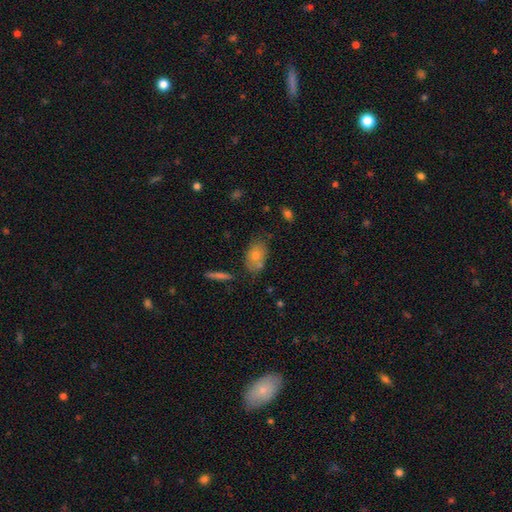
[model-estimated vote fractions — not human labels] Smooth or featured? Predicted: smooth (p=0.66). How rounded? Predicted: in between (p=0.83). Merging? Predicted: none (p=0.66).